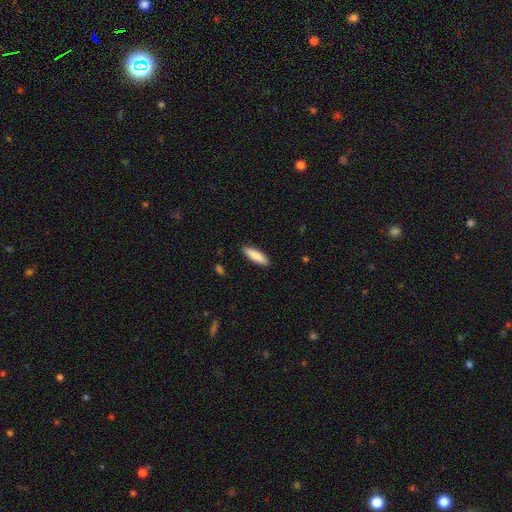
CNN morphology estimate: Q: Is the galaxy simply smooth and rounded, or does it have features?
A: smooth — 87%.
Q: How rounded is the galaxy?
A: cigar-shaped — 62%.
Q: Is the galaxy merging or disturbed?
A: none — 90%.